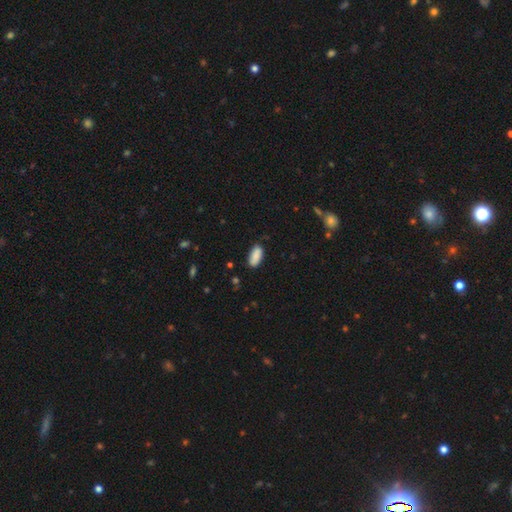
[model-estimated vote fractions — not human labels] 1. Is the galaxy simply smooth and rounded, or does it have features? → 89% smooth, 7% star or artifact, 4% featured or disk.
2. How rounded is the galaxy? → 90% in between, 8% cigar-shaped, 2% round.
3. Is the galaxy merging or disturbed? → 82% none, 14% minor disturbance, 2% major disturbance, 1% merger.